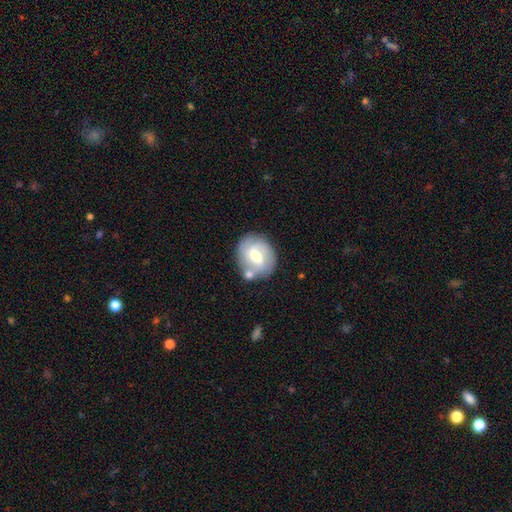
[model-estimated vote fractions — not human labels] smooth_or_featured: featured or disk (p=0.59) [alt: smooth p=0.35]
disk_edge_on: no (p=0.97) [alt: yes p=0.03]
bar: weak (p=0.54) [alt: no p=0.28]
has_spiral_arms: yes (p=0.77) [alt: no p=0.23]
bulge_size: moderate (p=0.64) [alt: small p=0.26]
merging: none (p=0.63) [alt: minor disturbance p=0.17]